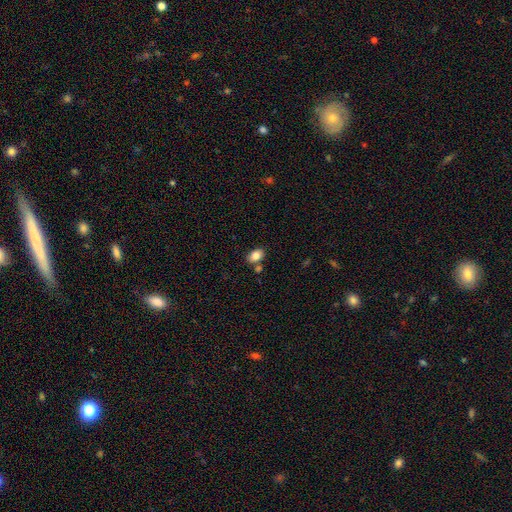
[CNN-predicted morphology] type=smooth (84%); roundness=in between (83%); merging=none (73%).